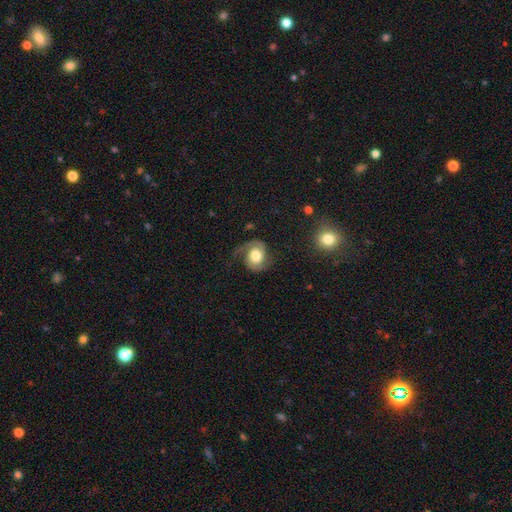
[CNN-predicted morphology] Q: Smooth or featured?
A: featured or disk (69%); runner-up: smooth (24%)
Q: Edge-on disk?
A: no (98%); runner-up: yes (2%)
Q: Bar?
A: no (71%); runner-up: weak (24%)
Q: Spiral arms?
A: yes (94%); runner-up: no (6%)
Q: Spiral winding?
A: medium (46%); runner-up: loose (30%)
Q: Spiral arm count?
A: 2 (76%); runner-up: 1 (18%)
Q: Bulge size?
A: moderate (47%); runner-up: large (38%)
Q: Merging?
A: none (58%); runner-up: minor disturbance (21%)